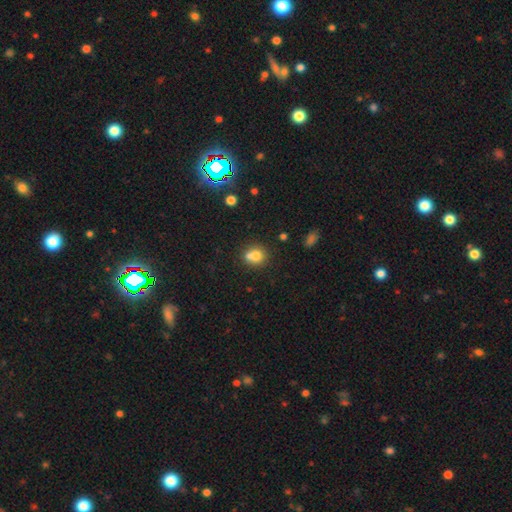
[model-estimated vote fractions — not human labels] smooth 74%, featured or disk 15%, star or artifact 11%. Down the decision tree: how rounded — round (69%); merging — merger (48%).